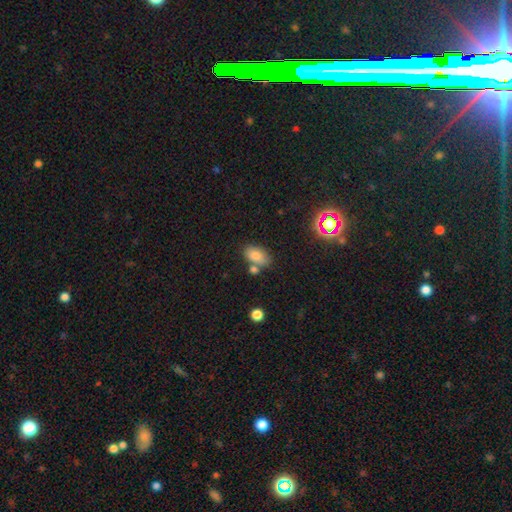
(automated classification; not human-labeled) smooth_or_featured: smooth (p=0.79) [alt: star or artifact p=0.11]
how_rounded: in between (p=0.89) [alt: round p=0.09]
merging: none (p=0.62) [alt: merger p=0.19]